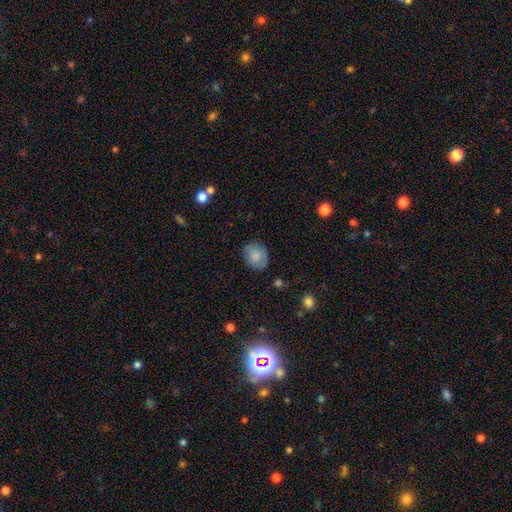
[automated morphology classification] Smooth or featured?
  - smooth: 81% *
  - featured or disk: 11%
  - star or artifact: 8%
How rounded?
  - round: 55% *
  - in between: 45%
  - cigar-shaped: 1%
Merging?
  - none: 82% *
  - minor disturbance: 14%
  - major disturbance: 3%
  - merger: 1%